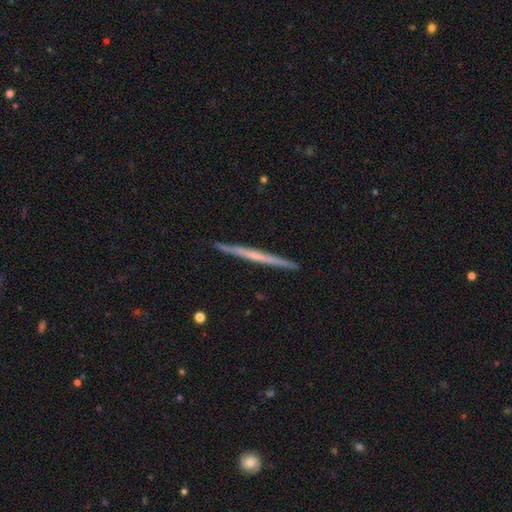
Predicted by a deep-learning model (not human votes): A featured or disk galaxy (61%) viewed edge-on (98%) with no central bulge (79%).

Vote fractions:
- Smooth or featured? featured or disk: 61% / smooth: 34% / star or artifact: 5%
- Edge-on disk? yes: 98% / no: 2%
- Edge-on bulge? none: 79% / rounded: 17% / boxy: 5%
- Merging? none: 92% / minor disturbance: 6% / major disturbance: 1% / merger: 1%